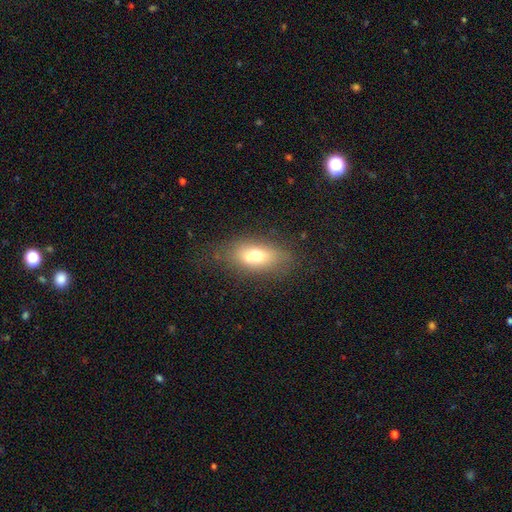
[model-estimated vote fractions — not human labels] Smooth or featured: smooth — 66% (featured or disk — 24%)
How rounded: in between — 83% (cigar-shaped — 9%)
Merging: none — 64% (minor disturbance — 20%)